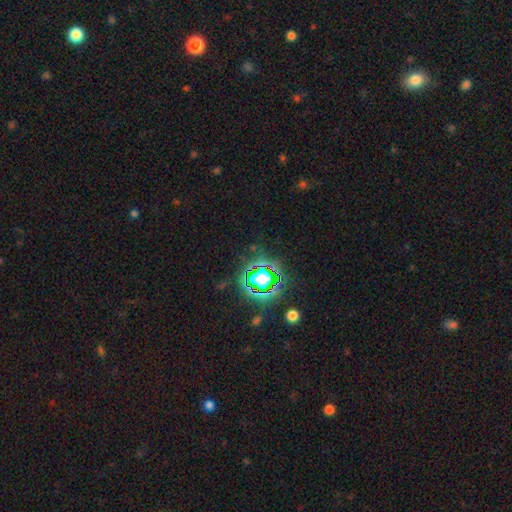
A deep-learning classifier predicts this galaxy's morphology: smooth-or-featured: star or artifact: 82% | smooth: 11% | featured or disk: 7%